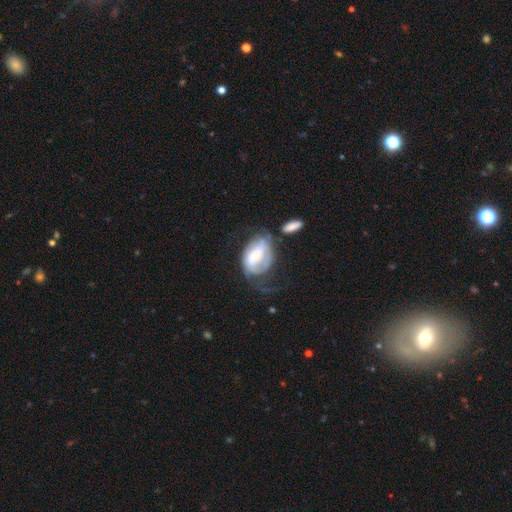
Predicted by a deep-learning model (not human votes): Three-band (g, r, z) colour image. It shows a featured or disk galaxy (61%) with no bar (47%), spiral arms (72%) and a small central bulge (55%). Merging: major disturbance (35%).